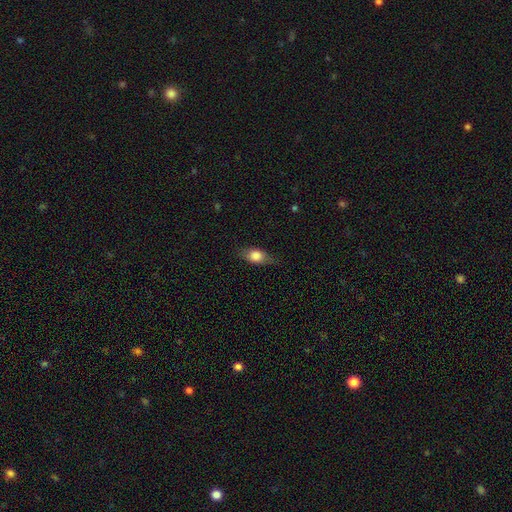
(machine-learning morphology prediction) type=smooth (71%); roundness=in between (75%); merging=none (77%).